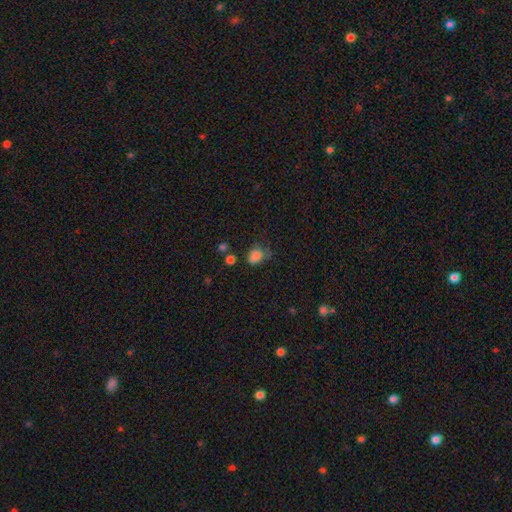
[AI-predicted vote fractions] smooth 81%, star or artifact 13%, featured or disk 6%. Down the decision tree: how rounded — in between (55%); merging — none (46%).